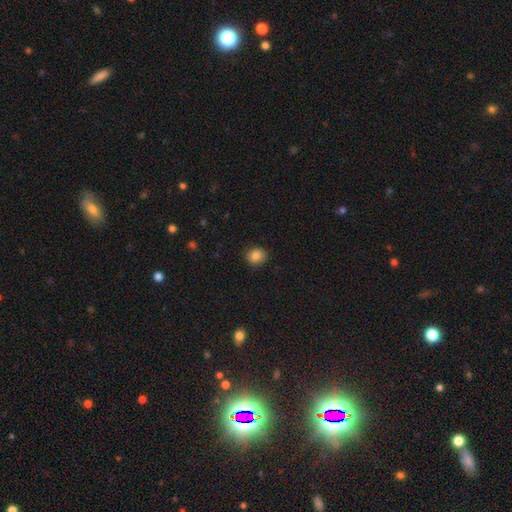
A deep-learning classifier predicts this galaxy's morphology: A smooth galaxy with no disk features (85%) that is round (73%).

Vote fractions:
- Smooth or featured? smooth: 85% / star or artifact: 10% / featured or disk: 5%
- How rounded? round: 73% / in between: 26% / cigar-shaped: 1%
- Merging? none: 89% / minor disturbance: 8% / major disturbance: 2% / merger: 1%